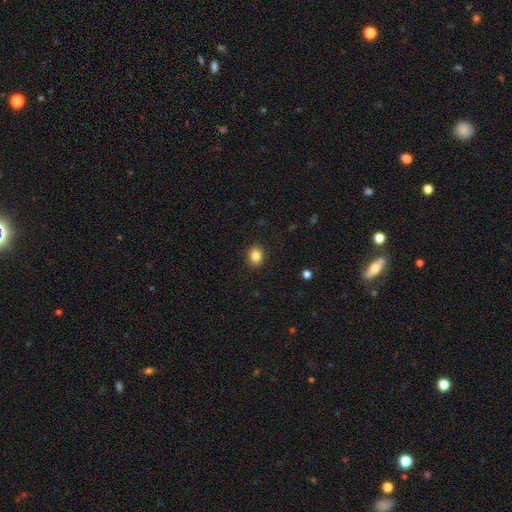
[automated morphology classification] smooth-or-featured: smooth: 85% | star or artifact: 10% | featured or disk: 5%
  how-rounded: round: 52% | in between: 47% | cigar-shaped: 1%
  merging: none: 90% | minor disturbance: 7% | major disturbance: 2% | merger: 1%